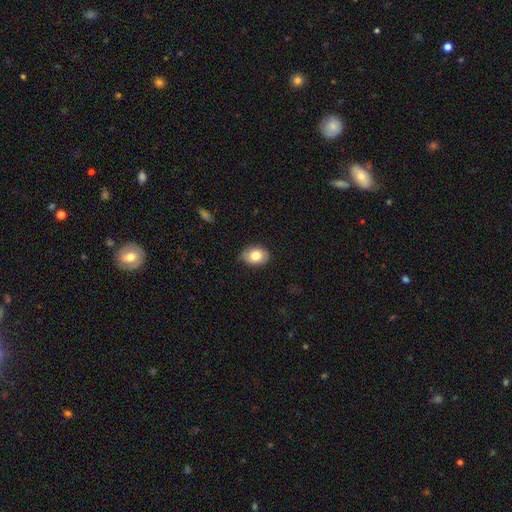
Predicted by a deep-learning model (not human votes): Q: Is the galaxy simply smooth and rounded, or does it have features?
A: smooth — 78%.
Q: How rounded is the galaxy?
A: in between — 75%.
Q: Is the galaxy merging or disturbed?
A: none — 80%.